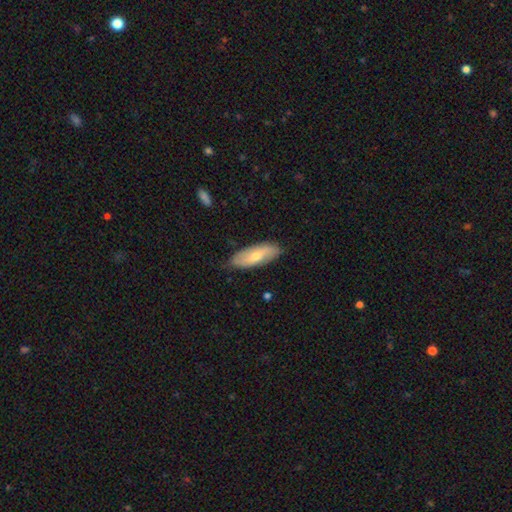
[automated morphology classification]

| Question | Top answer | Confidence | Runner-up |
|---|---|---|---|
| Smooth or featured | smooth | 54% | featured or disk (40%) |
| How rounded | in between | 71% | cigar-shaped (26%) |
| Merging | none | 79% | minor disturbance (17%) |